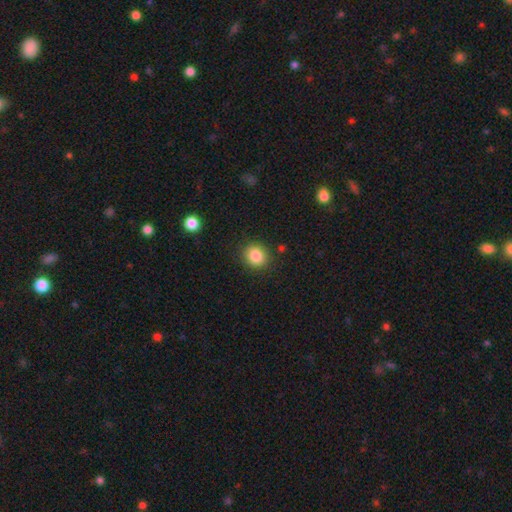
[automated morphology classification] Smooth or featured: smooth — 86% (star or artifact — 10%)
How rounded: round — 81% (in between — 18%)
Merging: none — 87% (minor disturbance — 8%)